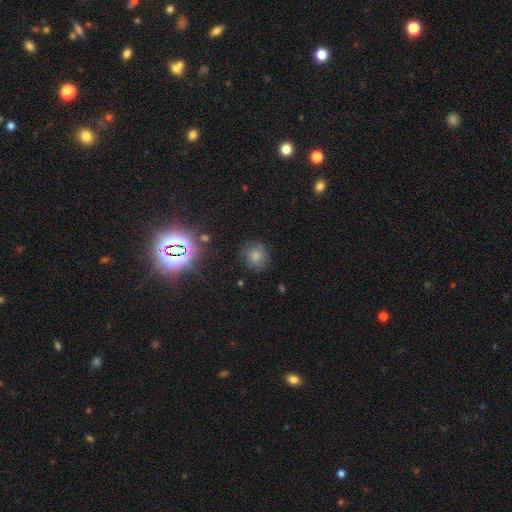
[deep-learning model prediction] Overall: smooth (66%). How rounded: round (88%). Merging: none (79%).